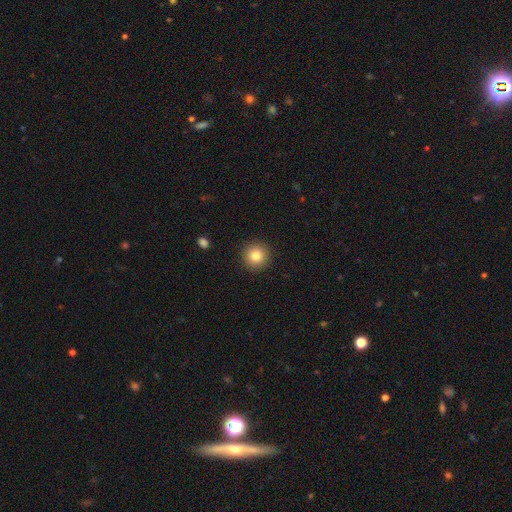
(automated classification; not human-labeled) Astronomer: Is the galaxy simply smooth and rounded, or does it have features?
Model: smooth — 84%.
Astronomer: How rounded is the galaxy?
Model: round — 95%.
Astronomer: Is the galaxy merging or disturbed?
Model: none — 92%.